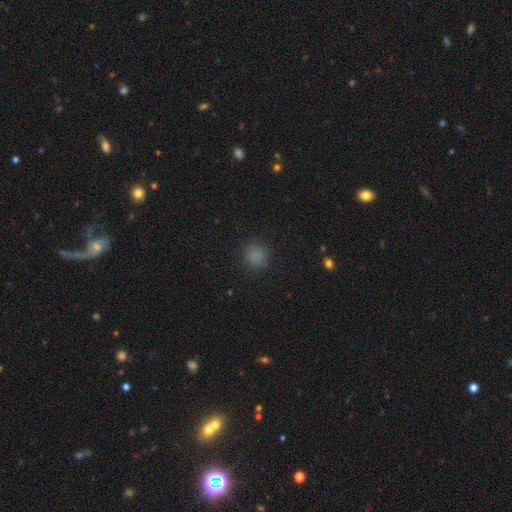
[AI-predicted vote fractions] smooth-or-featured: smooth: 82% | star or artifact: 14% | featured or disk: 4%
  how-rounded: round: 89% | in between: 10% | cigar-shaped: 1%
  merging: none: 87% | minor disturbance: 9% | major disturbance: 3% | merger: 1%